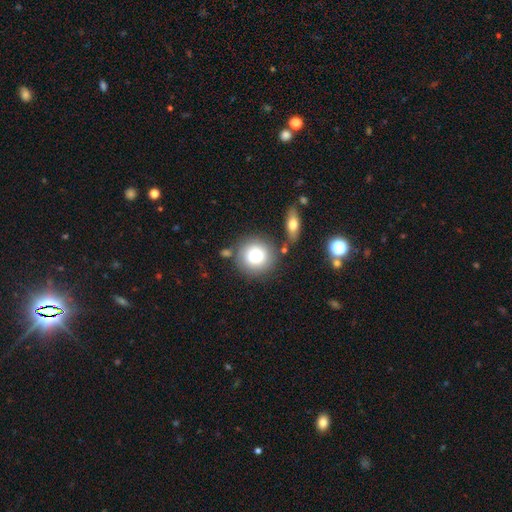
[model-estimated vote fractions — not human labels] Morphology: type=smooth (78%); roundness=round (87%); merging=none (73%).